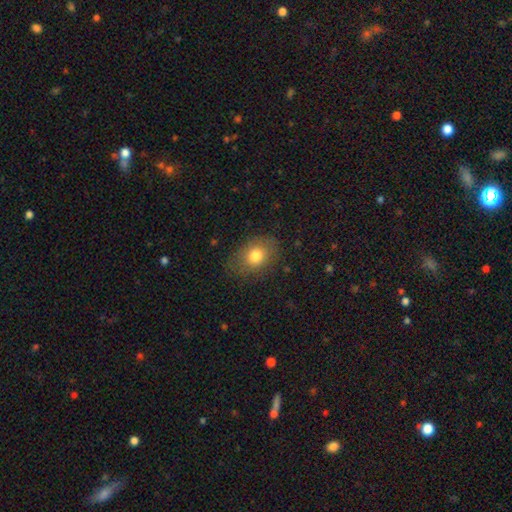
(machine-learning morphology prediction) A smooth galaxy with no disk features (78%) that is in between round and cigar-shaped (65%).

Vote fractions:
- Smooth or featured? smooth: 78% / featured or disk: 13% / star or artifact: 10%
- How rounded? in between: 65% / round: 34% / cigar-shaped: 1%
- Merging? none: 77% / minor disturbance: 16% / major disturbance: 6% / merger: 1%